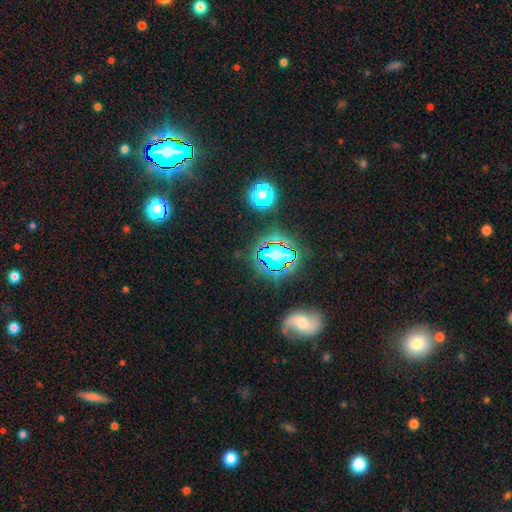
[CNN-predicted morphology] smooth-or-featured: star or artifact: 57% | smooth: 23% | featured or disk: 19%